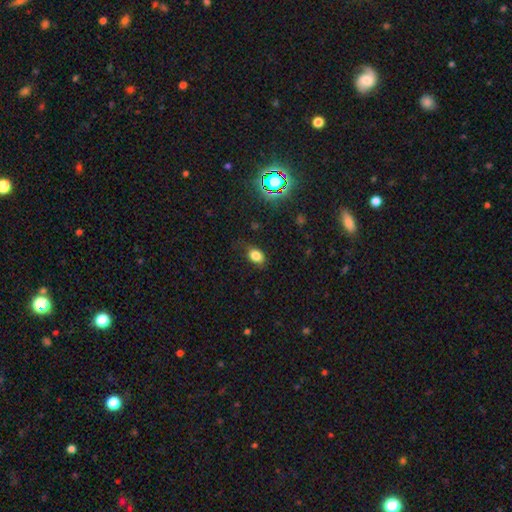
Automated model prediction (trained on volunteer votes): Overall: smooth (79%). How rounded: in between (76%). Merging: none (77%).